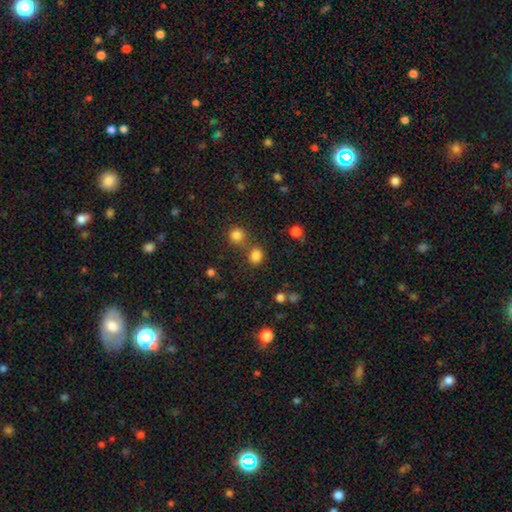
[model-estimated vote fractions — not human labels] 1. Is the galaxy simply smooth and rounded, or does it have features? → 79% smooth, 16% star or artifact, 5% featured or disk.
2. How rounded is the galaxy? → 59% round, 40% in between, 1% cigar-shaped.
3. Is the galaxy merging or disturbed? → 65% none, 19% merger, 11% minor disturbance, 4% major disturbance.